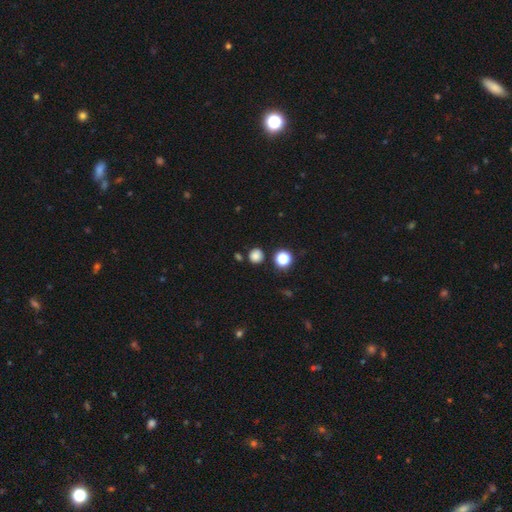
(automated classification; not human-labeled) Smooth or featured? smooth (80%)
How rounded? round (90%)
Merging? none (83%)